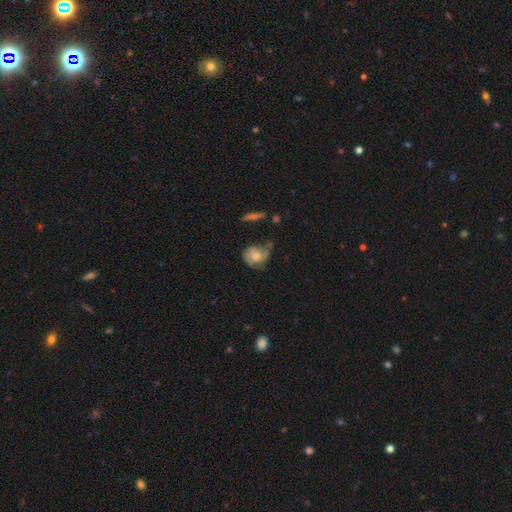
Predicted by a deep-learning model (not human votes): This appears to be a smooth galaxy with no disk features (51%) that is round (62%). Merging: none (41%).